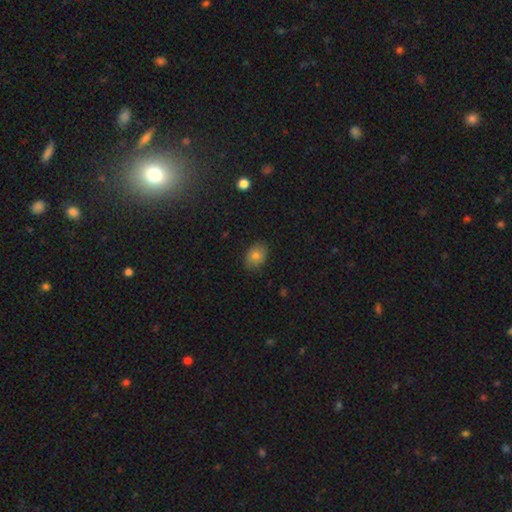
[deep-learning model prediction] The model was most divided on "how rounded": in between: 70%, round: 29%, cigar-shaped: 1%. More confident: merging — none (83%); smooth or featured — smooth (80%).